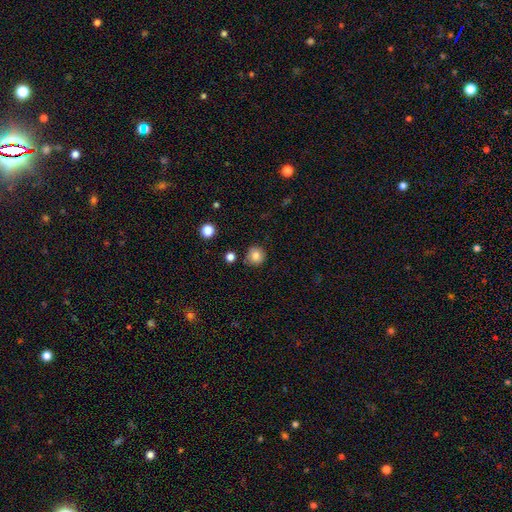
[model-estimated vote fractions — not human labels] smooth-or-featured: smooth: 82% | star or artifact: 10% | featured or disk: 8%
  how-rounded: round: 93% | in between: 6% | cigar-shaped: 1%
  merging: none: 86% | minor disturbance: 8% | merger: 3% | major disturbance: 2%